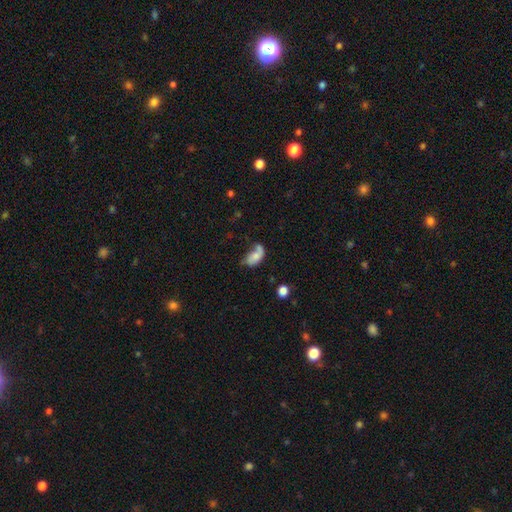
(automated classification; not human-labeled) This is likely a smooth galaxy (61%). How rounded: clearly in between (89%). Merging: marginally none (31%).